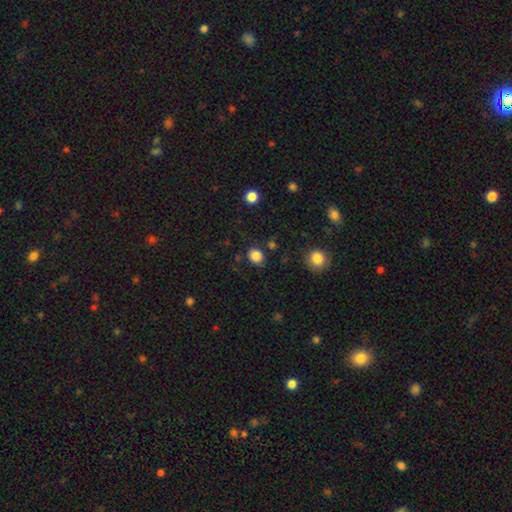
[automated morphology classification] smooth-or-featured: smooth: 85% | star or artifact: 11% | featured or disk: 4%
  how-rounded: round: 66% | in between: 33% | cigar-shaped: 1%
  merging: none: 82% | minor disturbance: 12% | major disturbance: 4% | merger: 3%